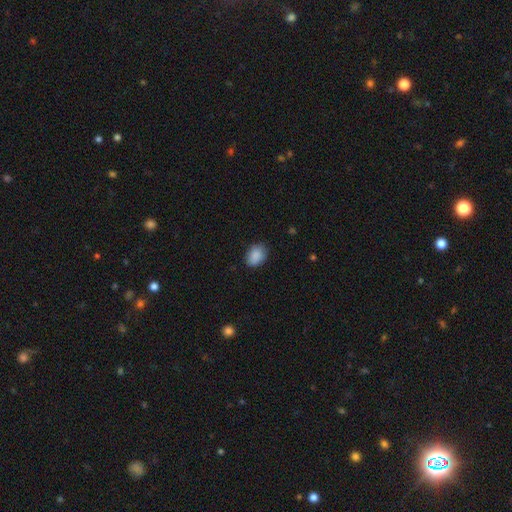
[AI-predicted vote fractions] Smooth or featured: smooth — 89% (star or artifact — 7%)
How rounded: in between — 70% (round — 29%)
Merging: none — 80% (minor disturbance — 16%)